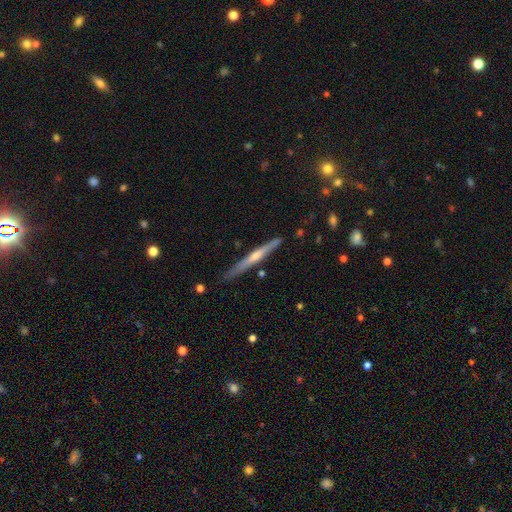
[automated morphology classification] Overall: featured or disk (71%). Edge-on disk: yes (98%). Edge-on bulge: rounded (66%; none 27%). Merging: none (85%).